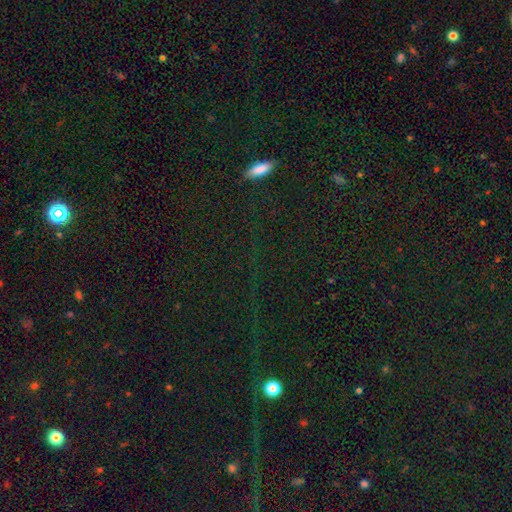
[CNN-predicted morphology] A star or artifact, not a galaxy (64%).

Vote fractions:
- Smooth or featured? star or artifact: 64% / smooth: 25% / featured or disk: 11%